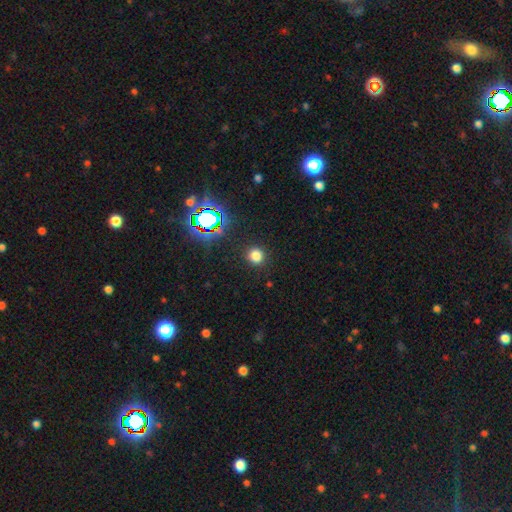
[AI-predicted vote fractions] Smooth or featured: smooth — 74% (star or artifact — 20%)
How rounded: round — 89% (in between — 10%)
Merging: none — 90% (minor disturbance — 6%)